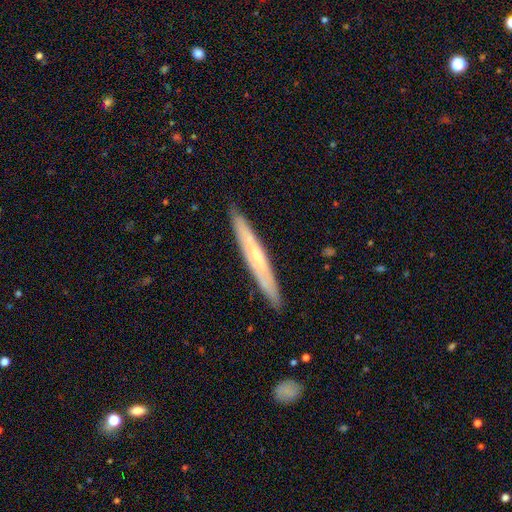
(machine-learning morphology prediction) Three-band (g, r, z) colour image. It shows a featured or disk galaxy (56%) viewed edge-on (88%). Merging: none (90%).